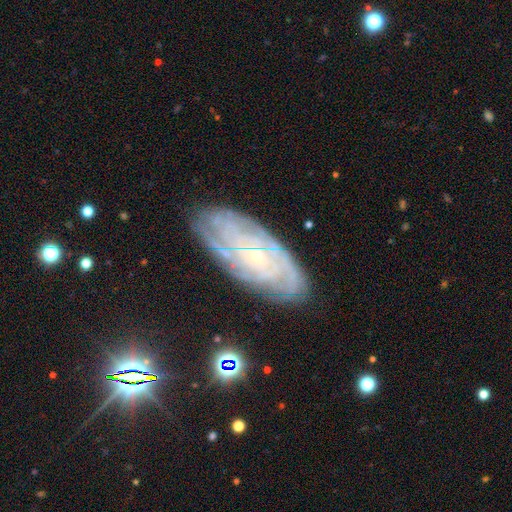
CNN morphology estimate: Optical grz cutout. It shows a featured or disk galaxy (81%) with no bar (73%), tight (80%) spiral arms (95%) and a small central bulge (83%). Merging: none (80%).